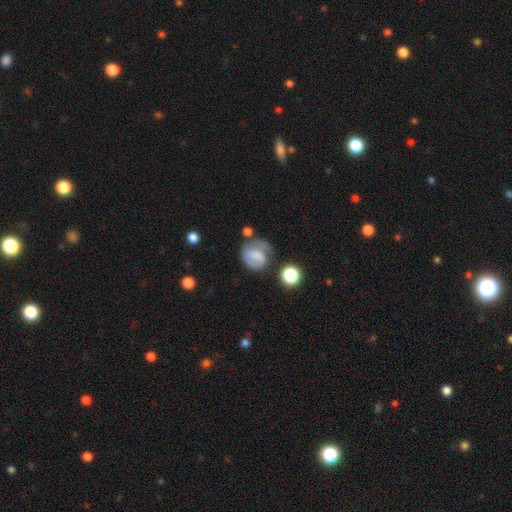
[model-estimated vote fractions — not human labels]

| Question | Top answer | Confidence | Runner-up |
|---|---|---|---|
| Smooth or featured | smooth | 61% | featured or disk (29%) |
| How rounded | round | 68% | in between (31%) |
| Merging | none | 44% | minor disturbance (27%) |